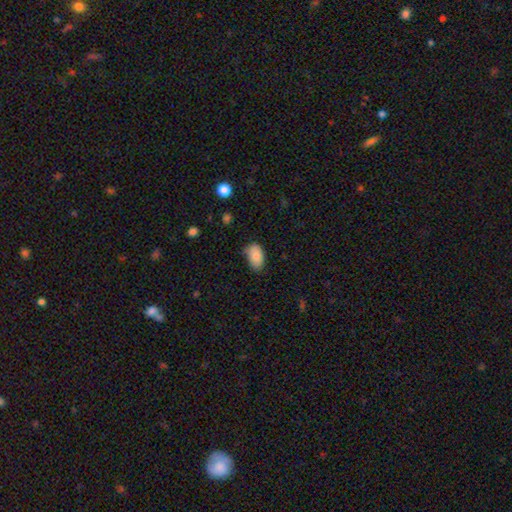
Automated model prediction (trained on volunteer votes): Morphology: type=smooth (86%); roundness=in between (92%); merging=none (63%).